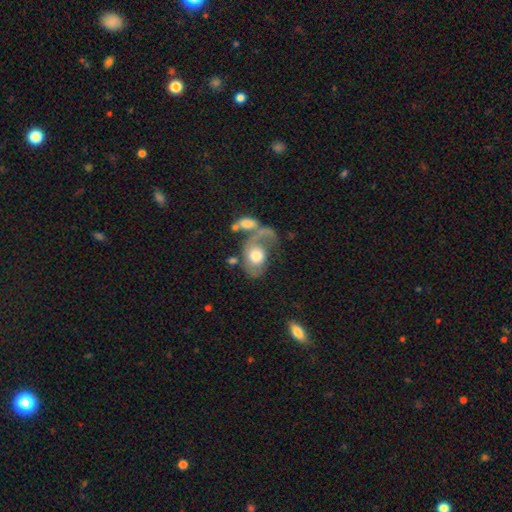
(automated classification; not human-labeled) smooth_or_featured: featured or disk (p=0.51) [alt: smooth p=0.42]
disk_edge_on: no (p=0.95) [alt: yes p=0.05]
merging: merger (p=0.36) [alt: major disturbance p=0.30]